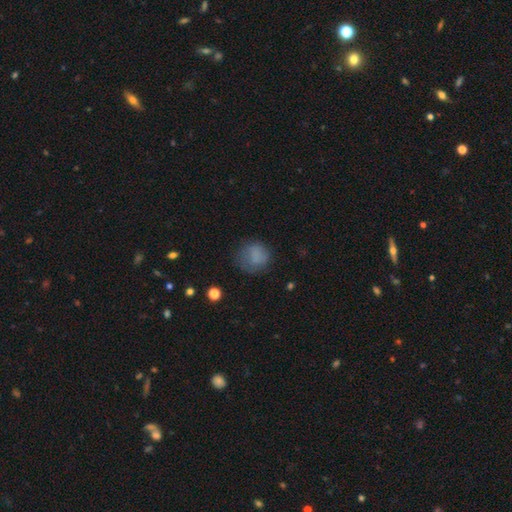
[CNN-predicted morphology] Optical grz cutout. It shows a smooth galaxy with no disk features (77%) that is round (82%). Merging: none (64%).